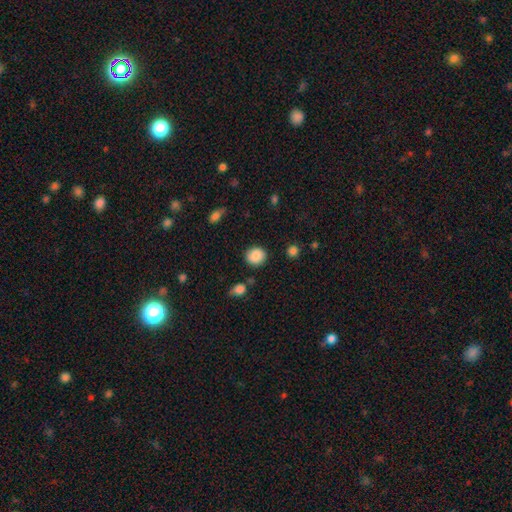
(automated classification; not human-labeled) Q: Smooth or featured?
A: smooth (87%); runner-up: star or artifact (9%)
Q: How rounded?
A: round (80%); runner-up: in between (19%)
Q: Merging?
A: none (85%); runner-up: minor disturbance (9%)